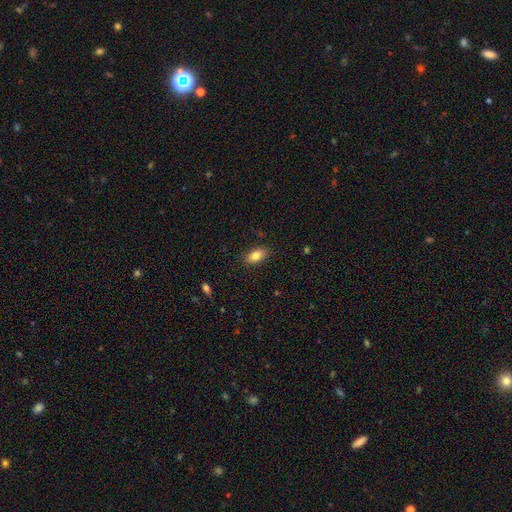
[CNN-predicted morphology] Smooth or featured? Predicted: smooth (p=0.82). How rounded? Predicted: in between (p=0.88). Merging? Predicted: none (p=0.87).